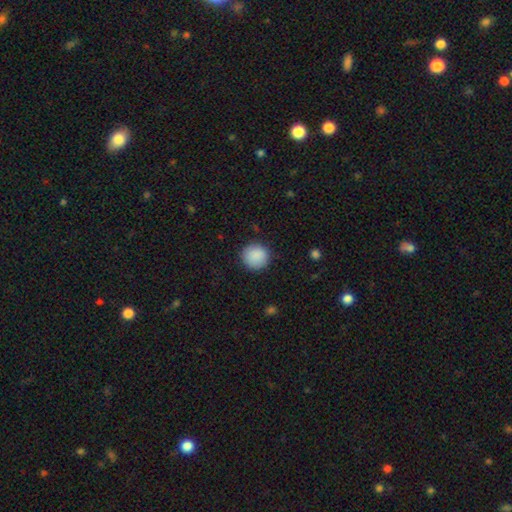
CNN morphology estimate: Smooth or featured: smooth — 90% (star or artifact — 7%)
How rounded: round — 94% (in between — 5%)
Merging: none — 90% (minor disturbance — 7%)